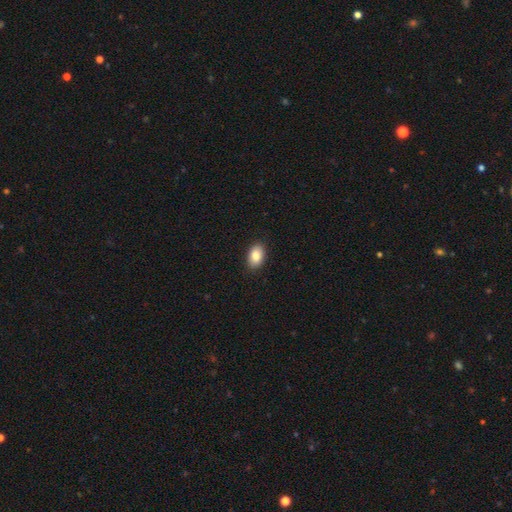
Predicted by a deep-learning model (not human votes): Morphology: type=smooth (85%); roundness=in between (90%); merging=none (89%).